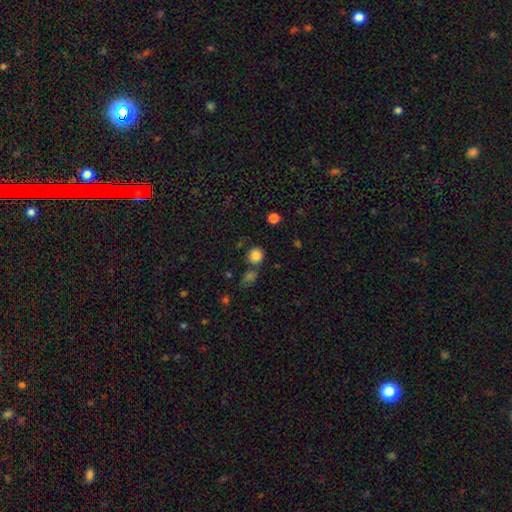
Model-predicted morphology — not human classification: Smooth or featured? Predicted: smooth (p=0.83). How rounded? Predicted: round (p=0.90). Merging? Predicted: none (p=0.73).